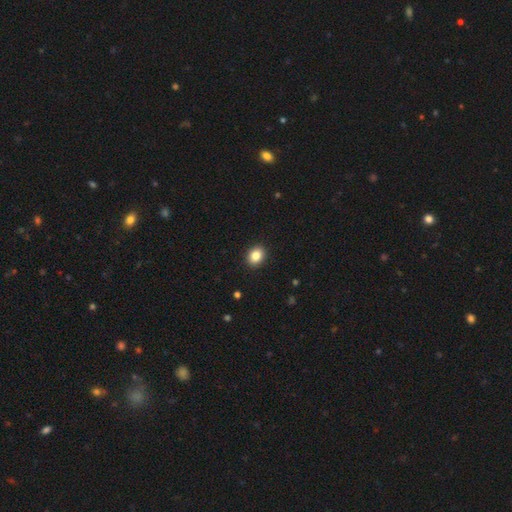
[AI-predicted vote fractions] Q: Smooth or featured?
A: smooth (85%); runner-up: star or artifact (9%)
Q: How rounded?
A: round (50%); runner-up: in between (49%)
Q: Merging?
A: none (92%); runner-up: minor disturbance (6%)